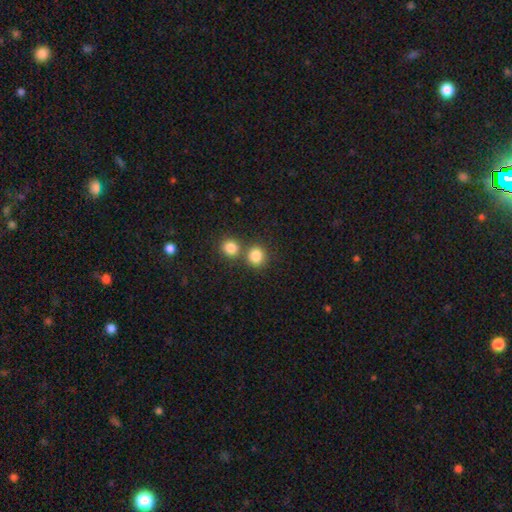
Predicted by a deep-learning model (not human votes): smooth_or_featured: smooth (p=0.84) [alt: star or artifact p=0.11]
how_rounded: round (p=0.83) [alt: in between p=0.16]
merging: none (p=0.61) [alt: merger p=0.28]